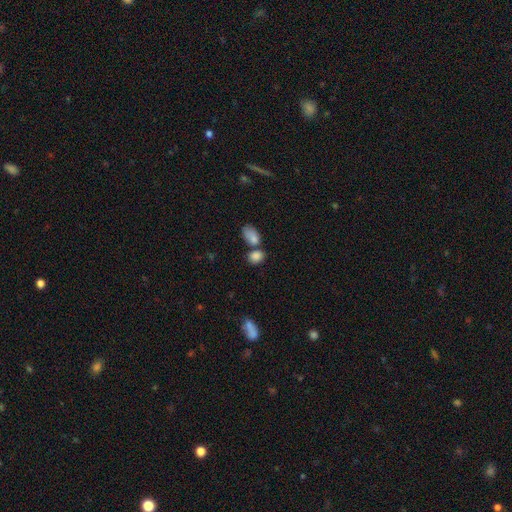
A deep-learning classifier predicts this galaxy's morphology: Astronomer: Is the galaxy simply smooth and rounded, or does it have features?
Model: smooth — 84%.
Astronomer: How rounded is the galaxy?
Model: in between — 72%.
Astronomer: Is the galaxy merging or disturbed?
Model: none — 44% (runner-up: merger, 39%).